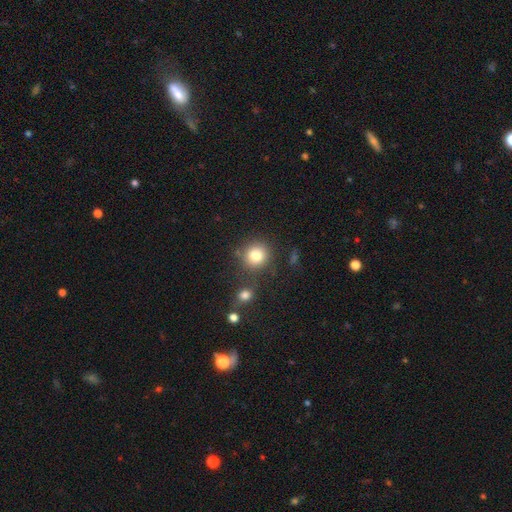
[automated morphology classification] type=smooth (81%); roundness=round (88%); merging=none (76%).